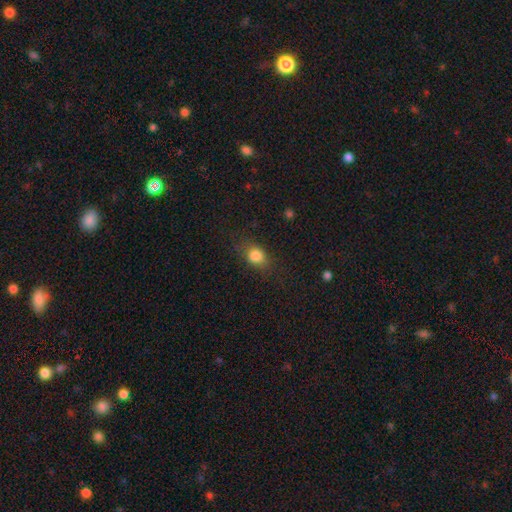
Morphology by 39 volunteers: type=smooth (95%); roundness=in between (51%); merging=none (87%).